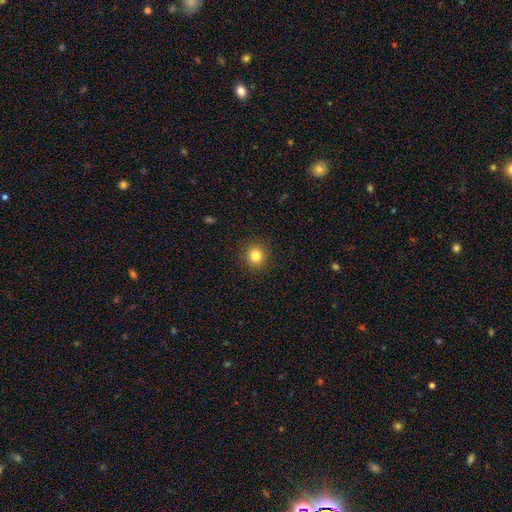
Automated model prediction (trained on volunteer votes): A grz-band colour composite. It shows a smooth galaxy with no disk features (83%) that is round (85%). Merging: none (90%).